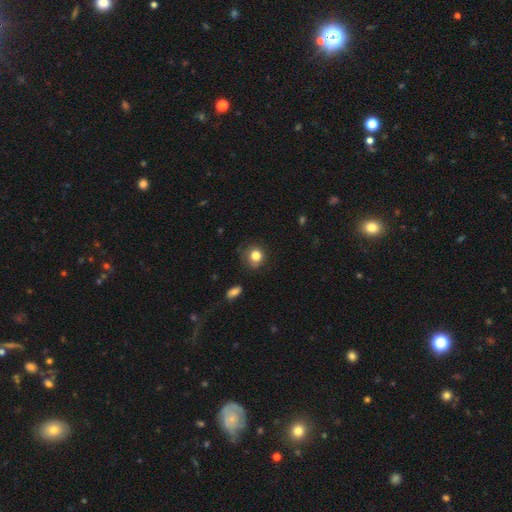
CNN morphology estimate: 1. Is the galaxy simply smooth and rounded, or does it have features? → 82% smooth, 10% star or artifact, 8% featured or disk.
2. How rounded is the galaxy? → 83% round, 16% in between, 1% cigar-shaped.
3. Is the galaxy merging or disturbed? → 73% none, 20% minor disturbance, 5% major disturbance, 2% merger.